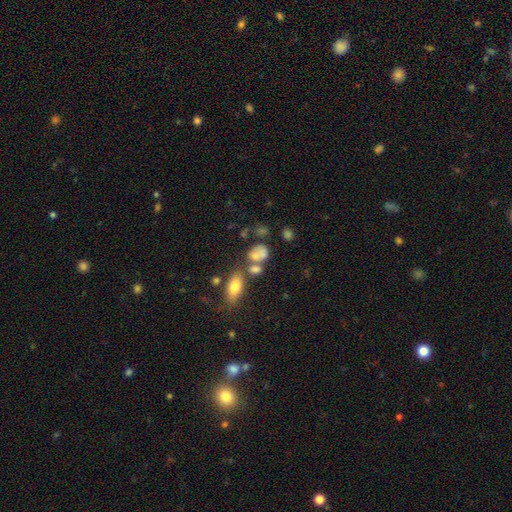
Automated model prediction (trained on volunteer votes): Smooth or featured? smooth (71%)
How rounded? in between (63%)
Merging? none (38%)